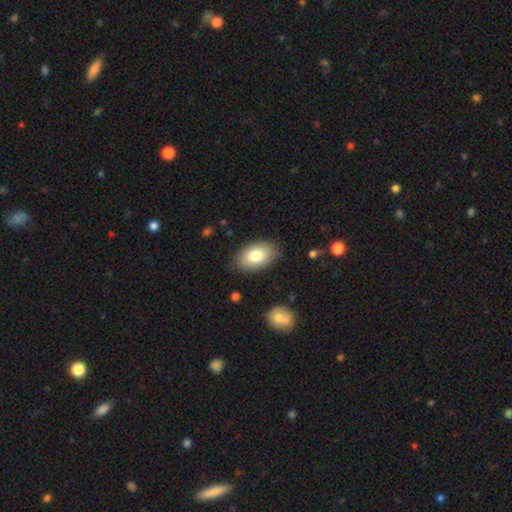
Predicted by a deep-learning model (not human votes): Smooth or featured: smooth — 79% (featured or disk — 14%)
How rounded: in between — 91% (round — 8%)
Merging: none — 83% (minor disturbance — 13%)